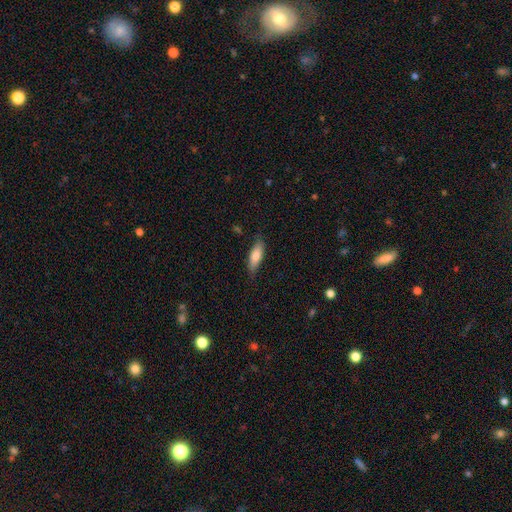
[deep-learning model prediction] This is likely a smooth galaxy (76%). How rounded: possibly in between (56%). Merging: clearly none (80%).